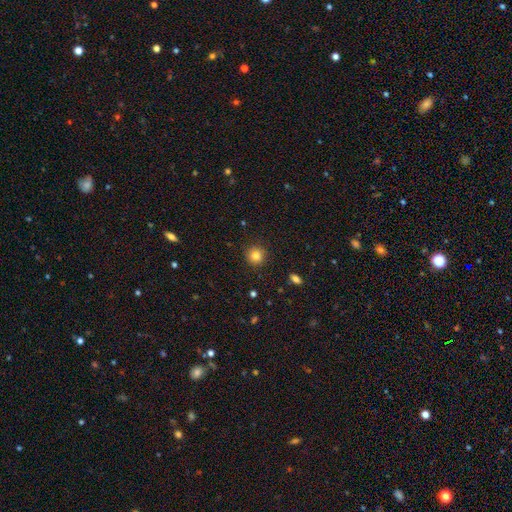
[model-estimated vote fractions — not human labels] This is clearly a smooth galaxy (82%). How rounded: clearly round (93%). Merging: clearly none (91%).